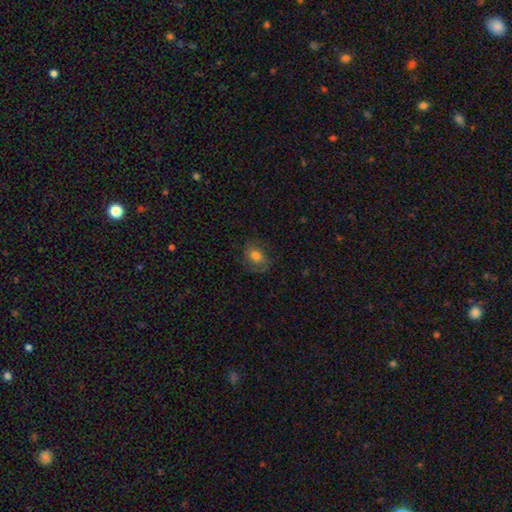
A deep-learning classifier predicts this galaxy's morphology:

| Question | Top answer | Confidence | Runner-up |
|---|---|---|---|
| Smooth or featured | smooth | 57% | featured or disk (33%) |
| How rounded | in between | 62% | round (37%) |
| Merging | none | 70% | minor disturbance (19%) |